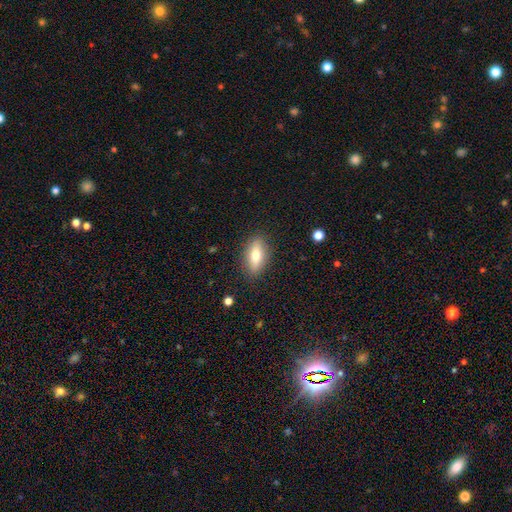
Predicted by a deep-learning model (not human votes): This is likely a smooth galaxy (66%). How rounded: likely in between (78%). Merging: clearly none (86%).